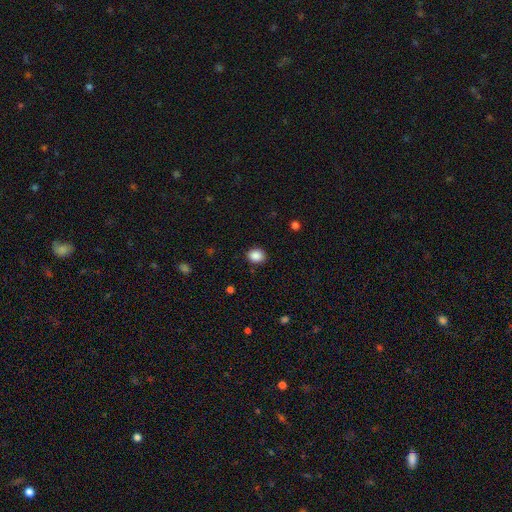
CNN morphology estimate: Smooth or featured? Predicted: smooth (p=0.88). How rounded? Predicted: round (p=0.58). Merging? Predicted: none (p=0.89).